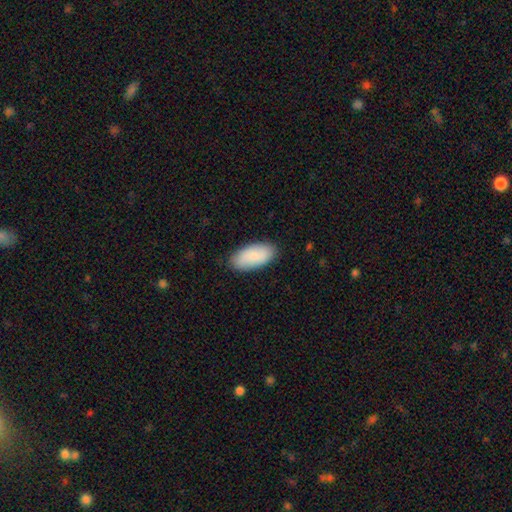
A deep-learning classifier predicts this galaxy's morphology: A smooth galaxy with no disk features (84%) that is in between round and cigar-shaped (93%).

Vote fractions:
- Smooth or featured? smooth: 84% / featured or disk: 11% / star or artifact: 6%
- How rounded? in between: 93% / cigar-shaped: 5% / round: 2%
- Merging? none: 85% / minor disturbance: 11% / major disturbance: 2% / merger: 1%